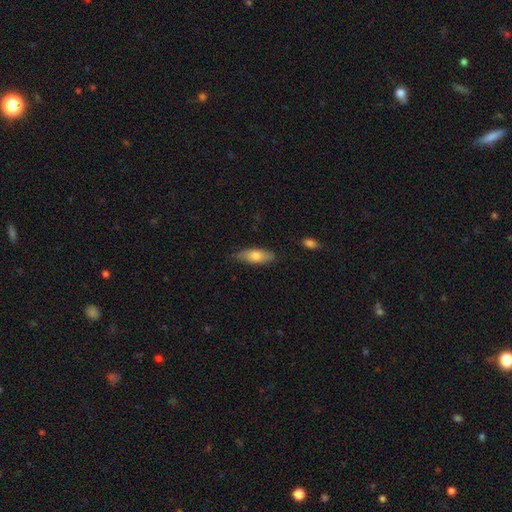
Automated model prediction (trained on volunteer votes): Smooth or featured: smooth — 74% (featured or disk — 20%)
How rounded: in between — 75% (cigar-shaped — 23%)
Merging: none — 74% (minor disturbance — 21%)